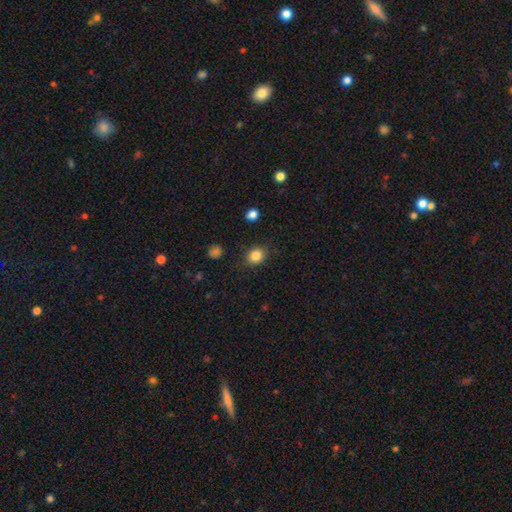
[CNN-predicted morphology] A smooth galaxy with no disk features (84%) that is round (59%).

Vote fractions:
- Smooth or featured? smooth: 84% / star or artifact: 10% / featured or disk: 5%
- How rounded? round: 59% / in between: 40% / cigar-shaped: 1%
- Merging? none: 85% / minor disturbance: 10% / major disturbance: 3% / merger: 2%